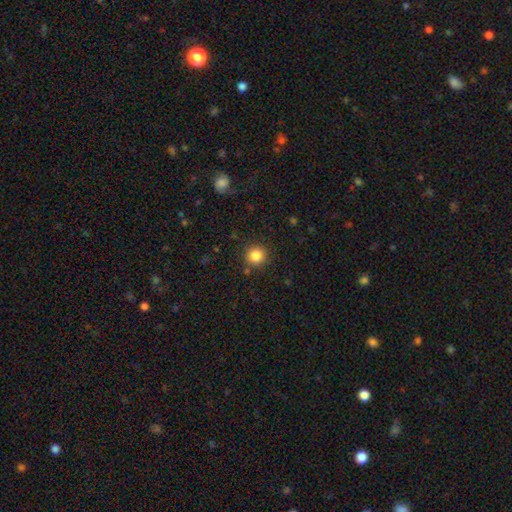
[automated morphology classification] Smooth or featured: smooth — 84% (star or artifact — 11%)
How rounded: round — 93% (in between — 6%)
Merging: none — 88% (minor disturbance — 7%)